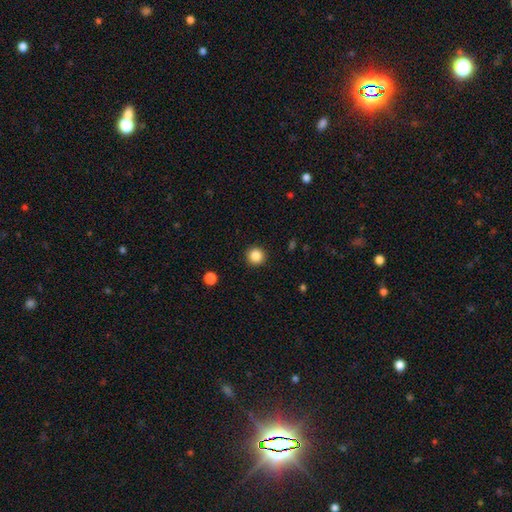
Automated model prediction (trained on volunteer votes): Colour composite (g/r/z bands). It shows a smooth galaxy with no disk features (86%) that is round (95%). Merging: none (92%).